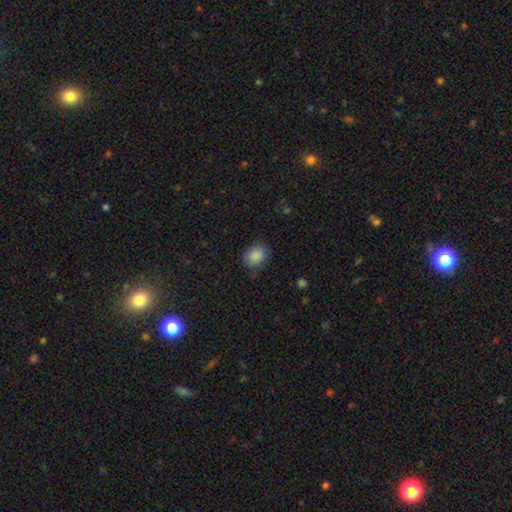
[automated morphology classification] Q: Smooth or featured?
A: smooth (88%); runner-up: star or artifact (7%)
Q: How rounded?
A: in between (60%); runner-up: round (39%)
Q: Merging?
A: none (79%); runner-up: minor disturbance (16%)